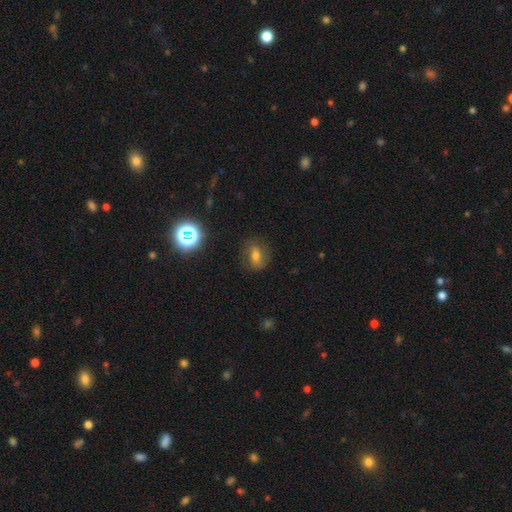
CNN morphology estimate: The model was most divided on "smooth or featured": smooth: 43%, featured or disk: 39%, star or artifact: 18%. More confident: merging — none (77%).